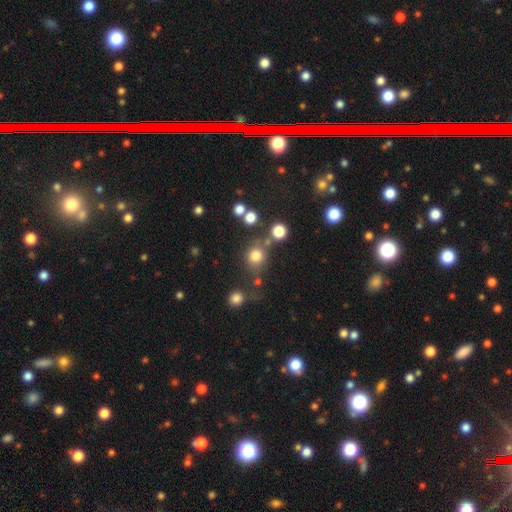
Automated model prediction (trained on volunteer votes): smooth_or_featured: smooth (p=0.77) [alt: star or artifact p=0.16]
how_rounded: round (p=0.84) [alt: in between p=0.15]
merging: none (p=0.67) [alt: merger p=0.14]